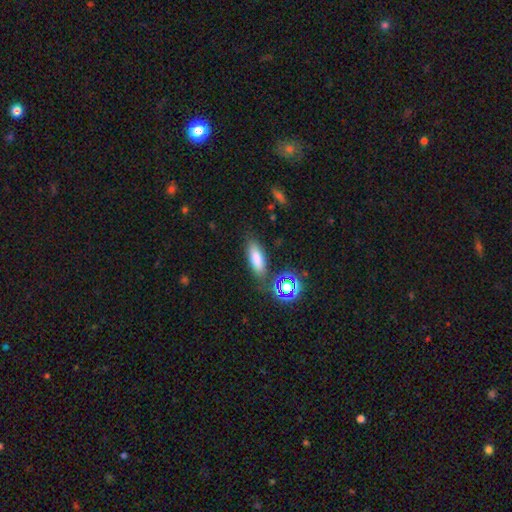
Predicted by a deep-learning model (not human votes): Morphology: type=smooth (73%); roundness=in between (61%); merging=none (79%).